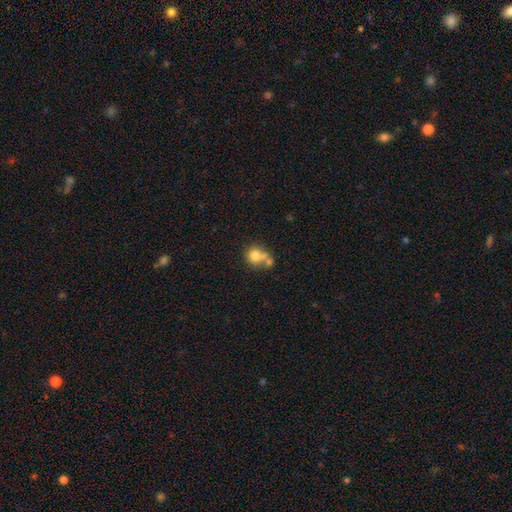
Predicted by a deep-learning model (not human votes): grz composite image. It shows a smooth galaxy with no disk features (74%) that is round (80%). Merging: merger (47%).